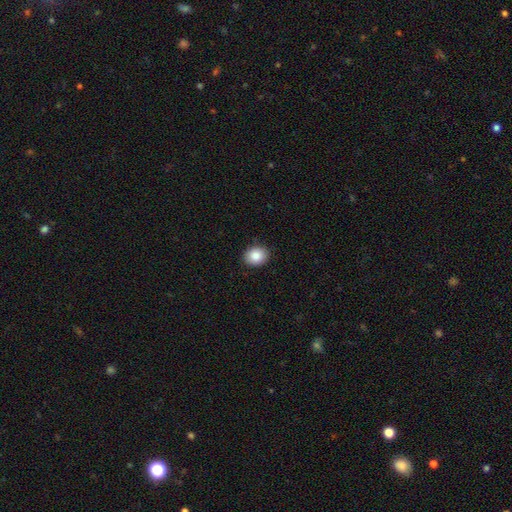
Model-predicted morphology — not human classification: type=smooth (86%); roundness=round (57%); merging=none (90%).